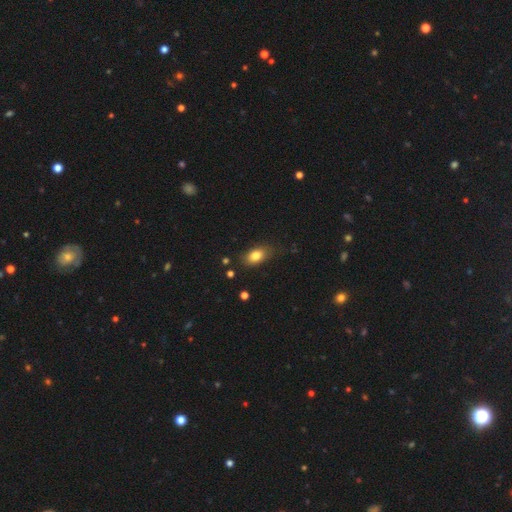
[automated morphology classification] type=smooth (82%); roundness=in between (84%); merging=none (77%).